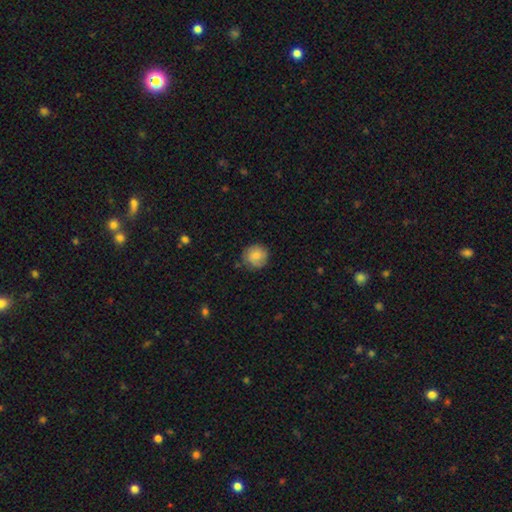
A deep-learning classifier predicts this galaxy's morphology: smooth_or_featured: smooth (p=0.76) [alt: featured or disk p=0.17]
how_rounded: round (p=0.90) [alt: in between p=0.09]
merging: none (p=0.77) [alt: minor disturbance p=0.18]